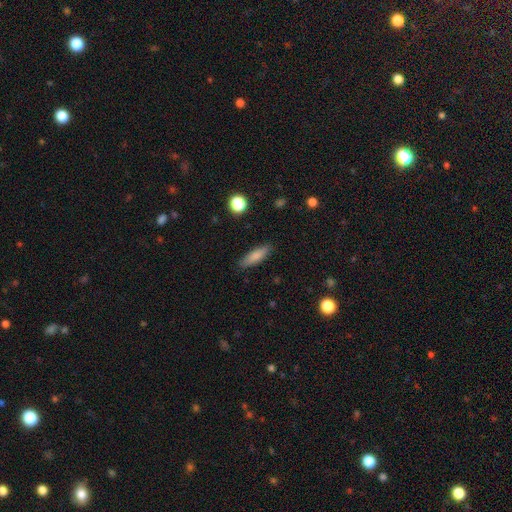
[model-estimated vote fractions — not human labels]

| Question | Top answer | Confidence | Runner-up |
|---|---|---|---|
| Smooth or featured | smooth | 82% | featured or disk (11%) |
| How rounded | cigar-shaped | 54% | in between (44%) |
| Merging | none | 86% | minor disturbance (10%) |